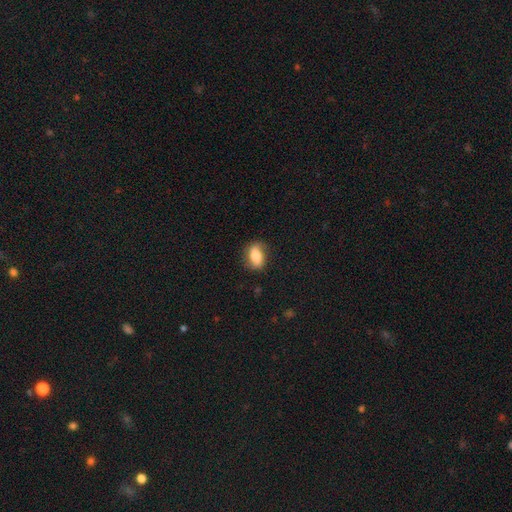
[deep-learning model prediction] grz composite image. It shows a smooth galaxy with no disk features (66%) that is in between round and cigar-shaped (81%). Merging: none (74%).